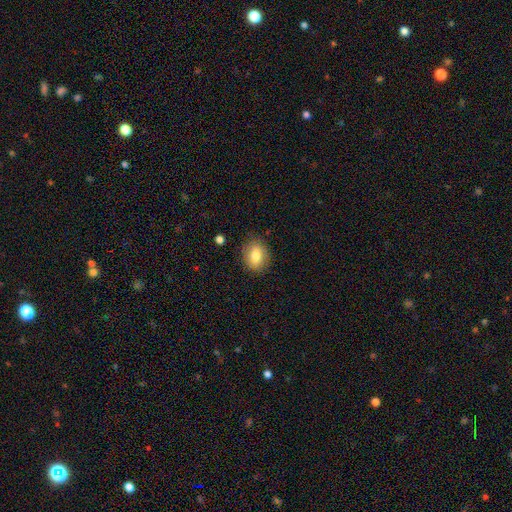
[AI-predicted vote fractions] The model was most divided on "how rounded": in between: 63%, round: 36%, cigar-shaped: 1%. More confident: merging — none (85%); smooth or featured — smooth (80%).